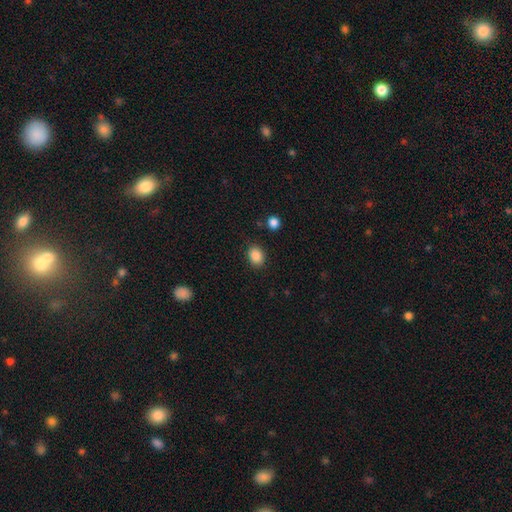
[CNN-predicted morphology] smooth_or_featured: smooth (p=0.87) [alt: star or artifact p=0.09]
how_rounded: in between (p=0.58) [alt: round p=0.41]
merging: none (p=0.85) [alt: minor disturbance p=0.10]